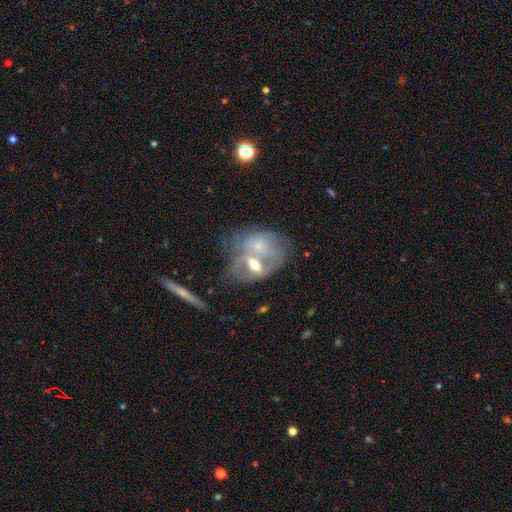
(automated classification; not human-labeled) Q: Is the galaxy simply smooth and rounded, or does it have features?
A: featured or disk — 55%.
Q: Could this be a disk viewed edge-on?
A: no — 90%.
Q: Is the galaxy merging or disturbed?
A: merger — 59%.